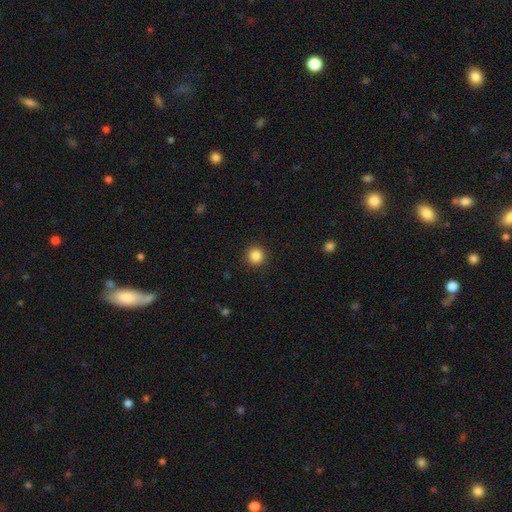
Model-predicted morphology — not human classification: This is clearly a smooth galaxy (86%). How rounded: clearly round (94%). Merging: clearly none (92%).